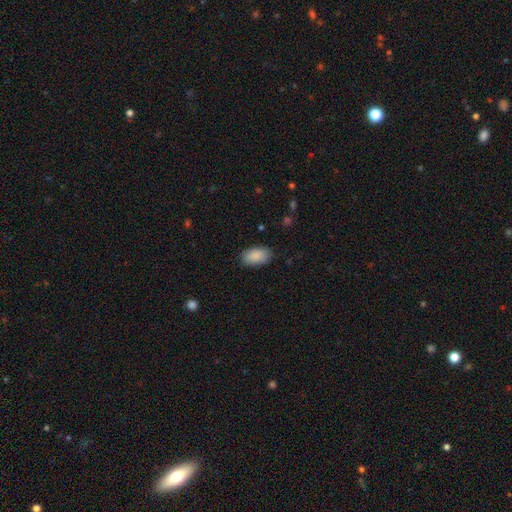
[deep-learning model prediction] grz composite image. It shows a smooth galaxy with no disk features (89%) that is in between round and cigar-shaped (94%). Merging: none (85%).